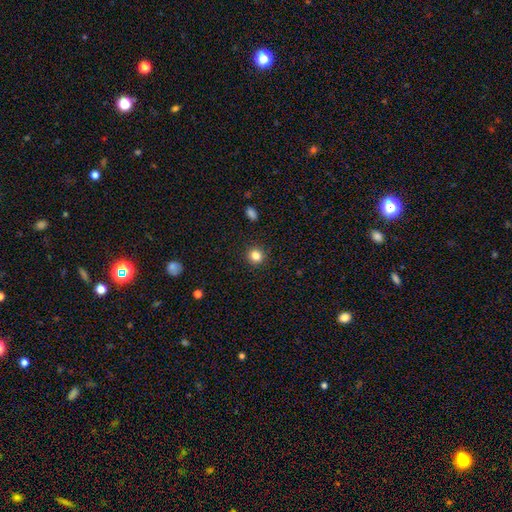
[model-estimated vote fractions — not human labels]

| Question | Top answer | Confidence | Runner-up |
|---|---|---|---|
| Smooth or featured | smooth | 83% | star or artifact (12%) |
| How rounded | round | 91% | in between (8%) |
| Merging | none | 92% | minor disturbance (5%) |